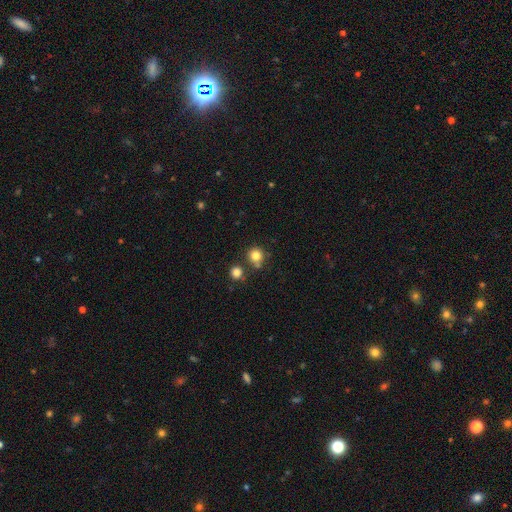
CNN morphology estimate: A smooth galaxy with no disk features (81%) that is round (91%).

Vote fractions:
- Smooth or featured? smooth: 81% / star or artifact: 12% / featured or disk: 6%
- How rounded? round: 91% / in between: 8% / cigar-shaped: 1%
- Merging? none: 71% / merger: 16% / minor disturbance: 9% / major disturbance: 3%